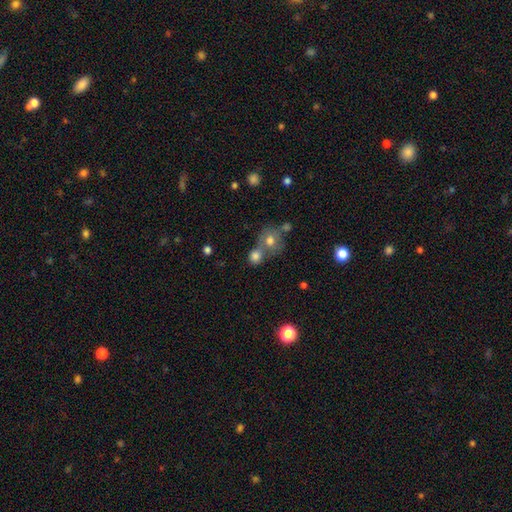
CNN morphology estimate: smooth_or_featured: smooth (p=0.78) [alt: star or artifact p=0.12]
how_rounded: round (p=0.72) [alt: in between p=0.27]
merging: merger (p=0.46) [alt: none p=0.40]